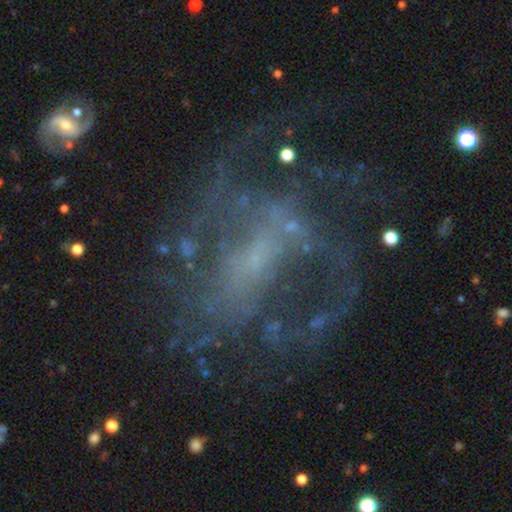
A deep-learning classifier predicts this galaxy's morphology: featured or disk 76%, star or artifact 15%, smooth 9%. Down the decision tree: edge-on disk — no (97%); bar — weak (39%); spiral arms — yes (74%); spiral arm count — can't tell (39%); spiral winding — medium (44%); bulge size — small (40%, tied with none); merging — none (54%).